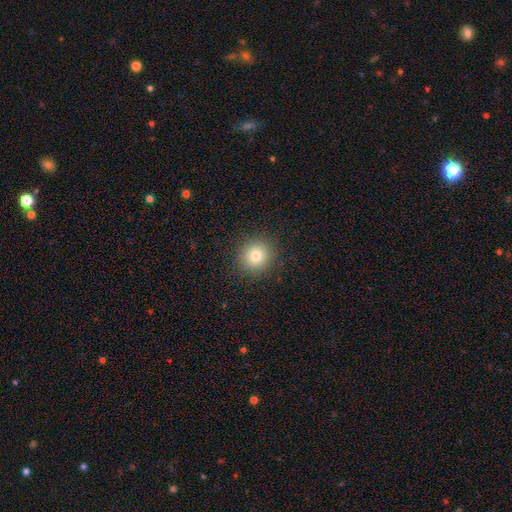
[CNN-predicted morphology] smooth_or_featured: smooth (p=0.79) [alt: star or artifact p=0.13]
how_rounded: round (p=0.89) [alt: in between p=0.10]
merging: none (p=0.90) [alt: minor disturbance p=0.06]